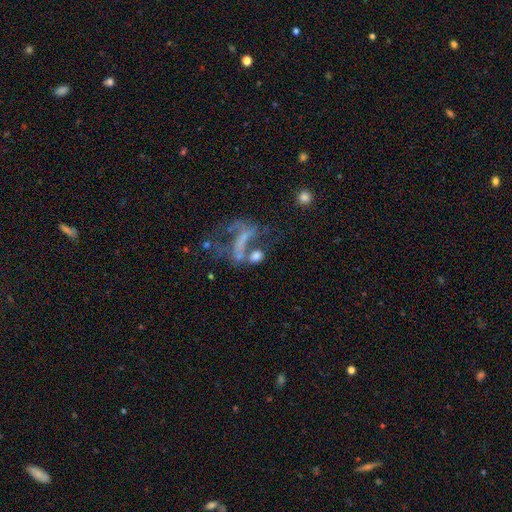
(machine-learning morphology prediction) Overall: smooth (47%; featured or disk 35%). Merging: merger (37%; major disturbance 27%).